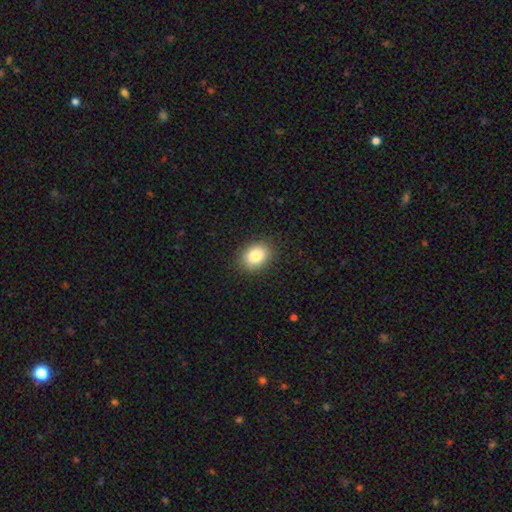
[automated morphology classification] smooth-or-featured: smooth: 83% | star or artifact: 9% | featured or disk: 8%
  how-rounded: in between: 57% | round: 42% | cigar-shaped: 1%
  merging: none: 88% | minor disturbance: 9% | major disturbance: 3% | merger: 1%